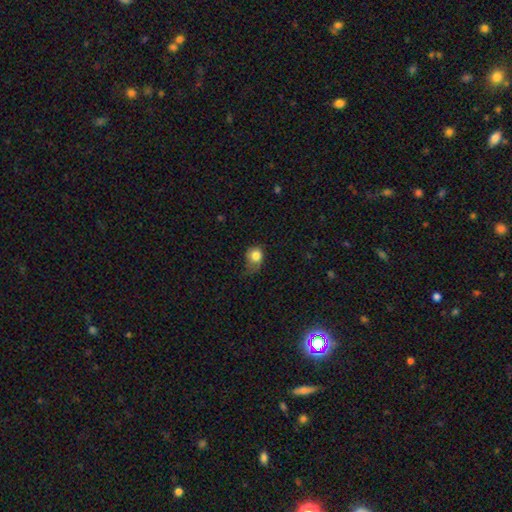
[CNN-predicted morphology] This appears to be a smooth galaxy with no disk features (82%) that is round (68%). Merging: minor disturbance (39%).